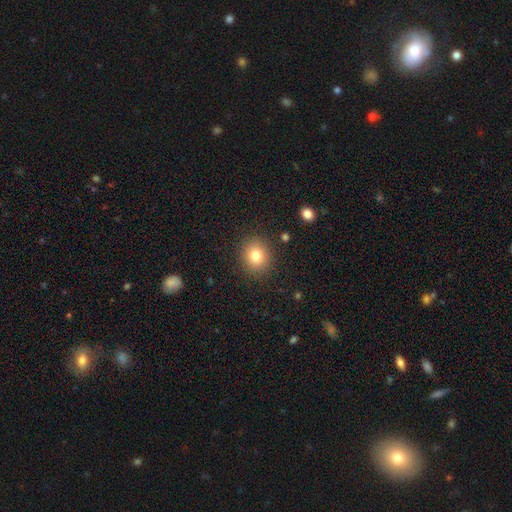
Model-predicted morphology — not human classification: Q: Smooth or featured?
A: smooth (80%); runner-up: star or artifact (12%)
Q: How rounded?
A: round (80%); runner-up: in between (19%)
Q: Merging?
A: none (89%); runner-up: minor disturbance (7%)